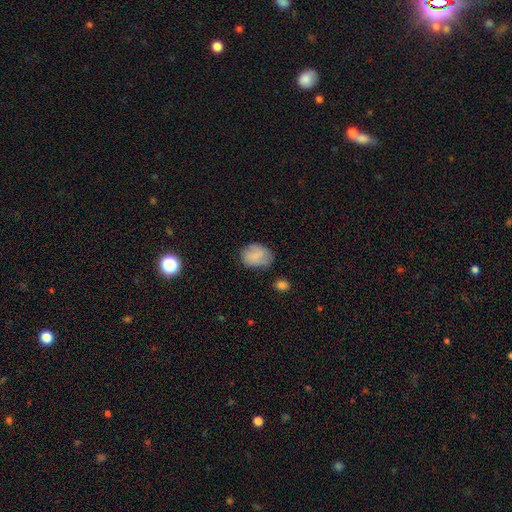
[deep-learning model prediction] A smooth galaxy with no disk features (80%) that is in between round and cigar-shaped (69%).

Vote fractions:
- Smooth or featured? smooth: 80% / featured or disk: 12% / star or artifact: 8%
- How rounded? in between: 69% / round: 30% / cigar-shaped: 1%
- Merging? none: 68% / minor disturbance: 23% / major disturbance: 6% / merger: 3%